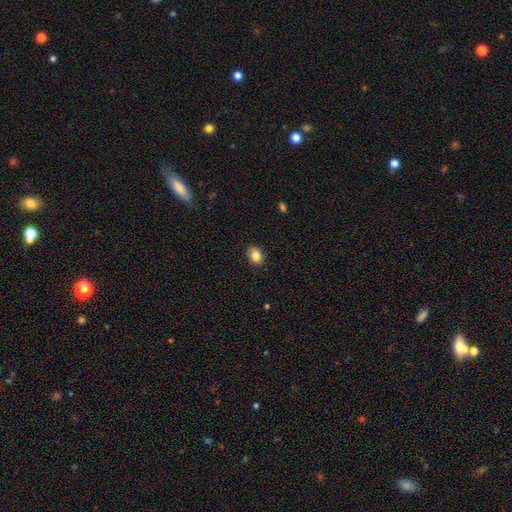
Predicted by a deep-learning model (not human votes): Smooth or featured?
  - smooth: 85% *
  - star or artifact: 8%
  - featured or disk: 6%
How rounded?
  - in between: 72% *
  - round: 27%
  - cigar-shaped: 1%
Merging?
  - none: 87% *
  - minor disturbance: 10%
  - major disturbance: 2%
  - merger: 1%